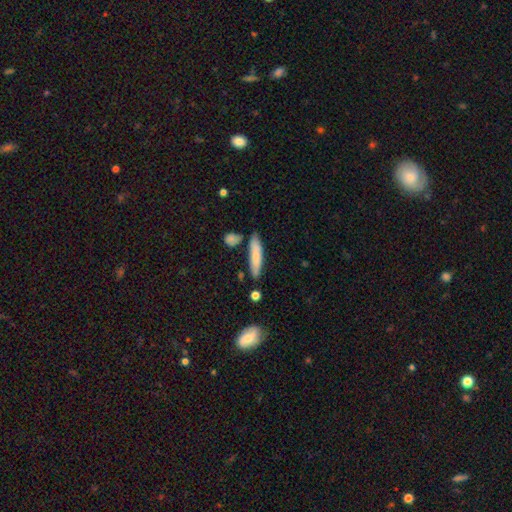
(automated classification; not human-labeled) A smooth galaxy with no disk features (75%) that is cigar-shaped (79%). Merging: none (75%).